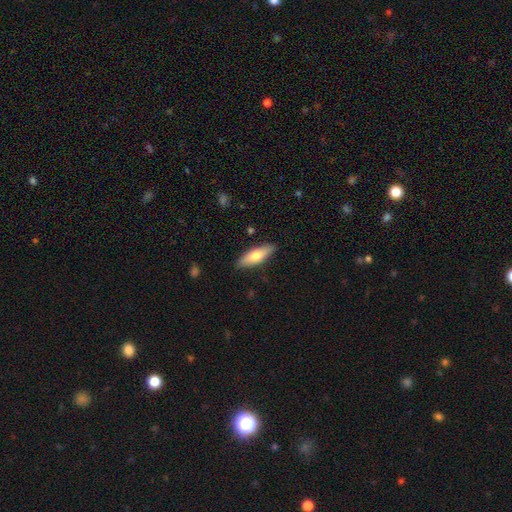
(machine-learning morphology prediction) Overall: smooth (67%; featured or disk 28%). How rounded: in between (57%; cigar-shaped 40%). Merging: none (88%).